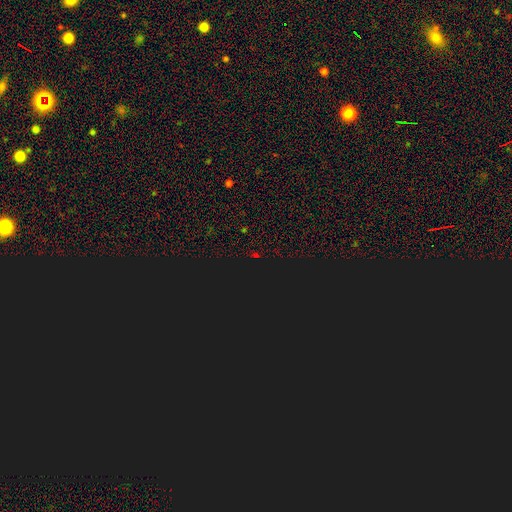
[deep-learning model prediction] smooth_or_featured: star or artifact (p=0.75) [alt: smooth p=0.17]